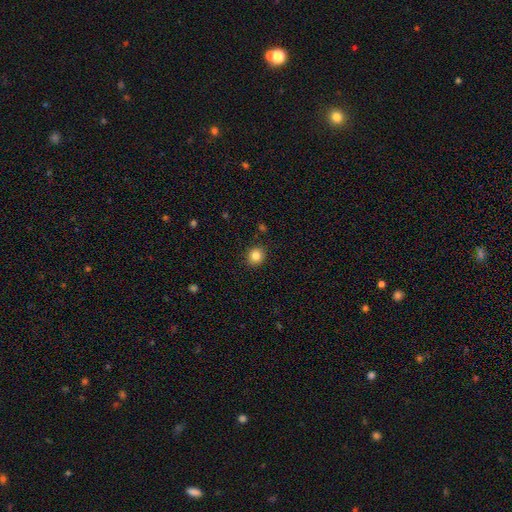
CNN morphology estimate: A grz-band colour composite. It shows a smooth galaxy with no disk features (84%) that is round (83%). Merging: none (90%).